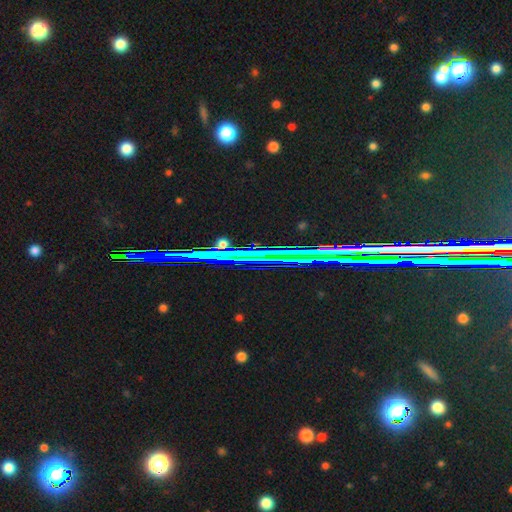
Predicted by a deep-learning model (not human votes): Q: Smooth or featured?
A: star or artifact (73%); runner-up: featured or disk (18%)